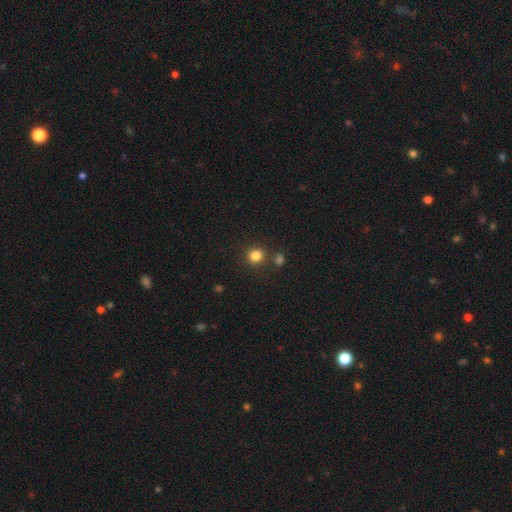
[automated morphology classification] A smooth galaxy with no disk features (82%) that is round (90%).

Vote fractions:
- Smooth or featured? smooth: 82% / star or artifact: 14% / featured or disk: 5%
- How rounded? round: 90% / in between: 9% / cigar-shaped: 1%
- Merging? none: 82% / merger: 8% / minor disturbance: 7% / major disturbance: 3%